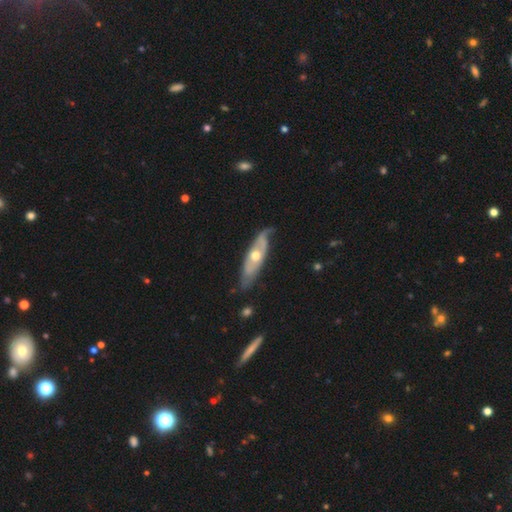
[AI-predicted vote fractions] featured or disk 63%, smooth 32%, star or artifact 5%. Down the decision tree: edge-on disk — no (63%); merging — none (60%).